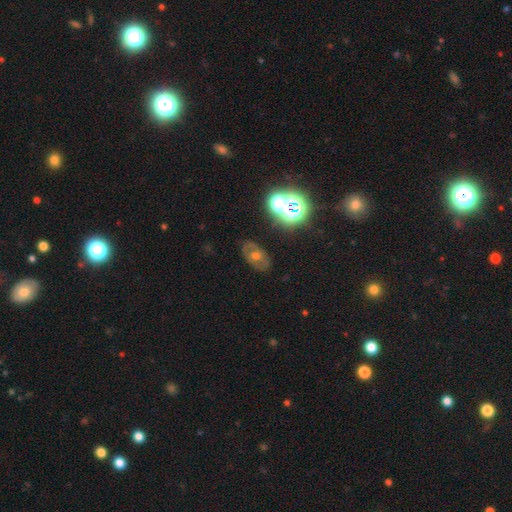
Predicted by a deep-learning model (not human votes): Smooth or featured? featured or disk (47%)
Merging? none (79%)